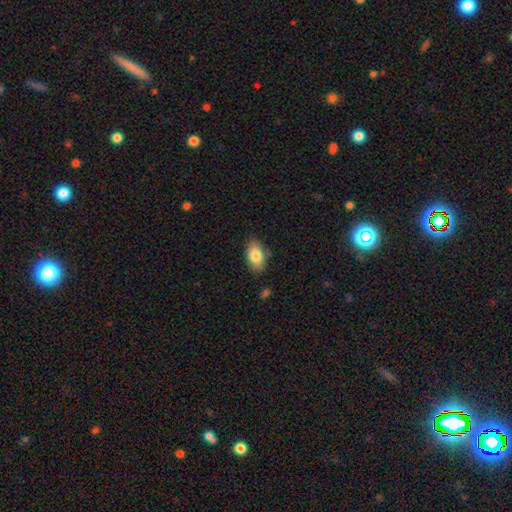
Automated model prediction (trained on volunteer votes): smooth-or-featured: smooth: 83% | featured or disk: 10% | star or artifact: 7%
  how-rounded: in between: 91% | round: 7% | cigar-shaped: 2%
  merging: none: 81% | minor disturbance: 14% | major disturbance: 3% | merger: 2%